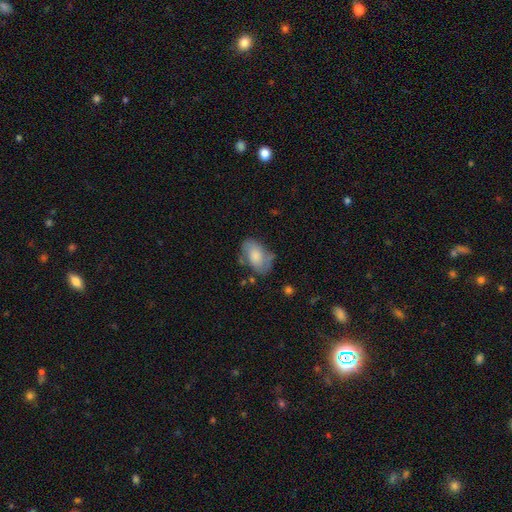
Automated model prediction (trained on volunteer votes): smooth 64%, featured or disk 29%, star or artifact 7%. Down the decision tree: how rounded — in between (91%); merging — none (54%).